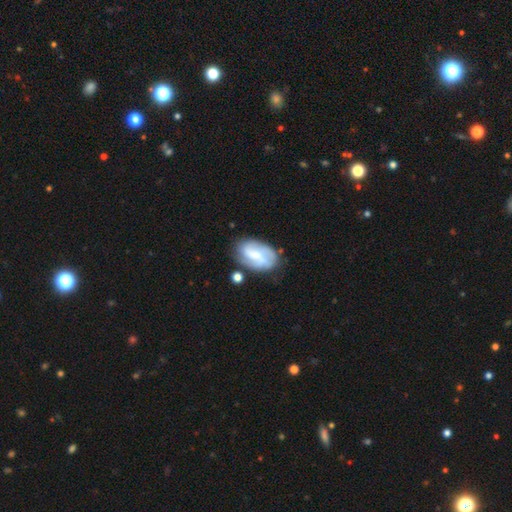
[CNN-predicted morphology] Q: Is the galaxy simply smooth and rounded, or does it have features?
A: featured or disk — 62%.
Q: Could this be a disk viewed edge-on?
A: no — 97%.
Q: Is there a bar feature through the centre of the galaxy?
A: weak — 46%.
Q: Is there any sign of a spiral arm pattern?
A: yes — 87%.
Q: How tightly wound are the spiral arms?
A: medium — 42%.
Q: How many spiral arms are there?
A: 2 — 47%.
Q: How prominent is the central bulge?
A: small — 46%.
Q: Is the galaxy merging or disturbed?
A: none — 64%.